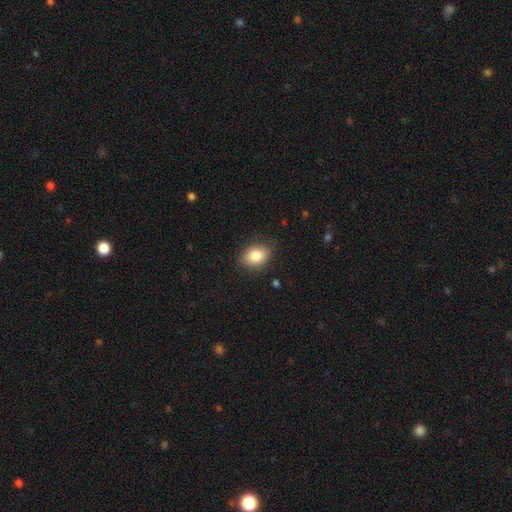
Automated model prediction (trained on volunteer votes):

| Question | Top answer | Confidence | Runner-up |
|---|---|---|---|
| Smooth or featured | smooth | 84% | star or artifact (8%) |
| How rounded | in between | 71% | round (28%) |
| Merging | none | 82% | minor disturbance (14%) |